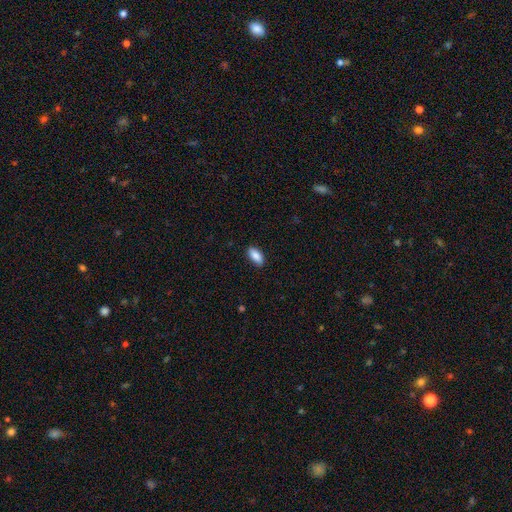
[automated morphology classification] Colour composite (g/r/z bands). It shows a smooth galaxy with no disk features (87%) that is in between round and cigar-shaped (88%). Merging: none (88%).